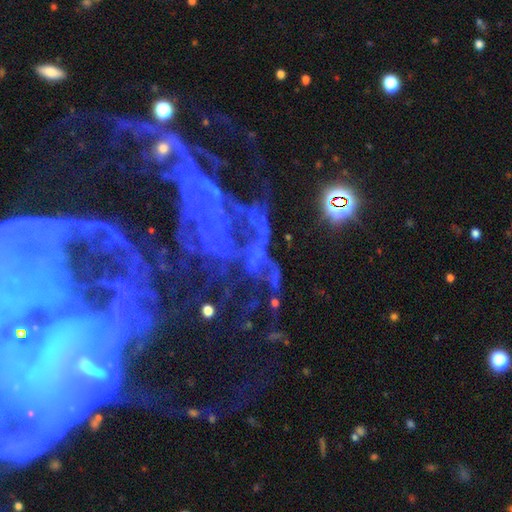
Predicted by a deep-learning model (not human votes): This is possibly a featured or disk galaxy (51%). It is clearly not viewed edge-on (92%). Merging: marginally none (36%).